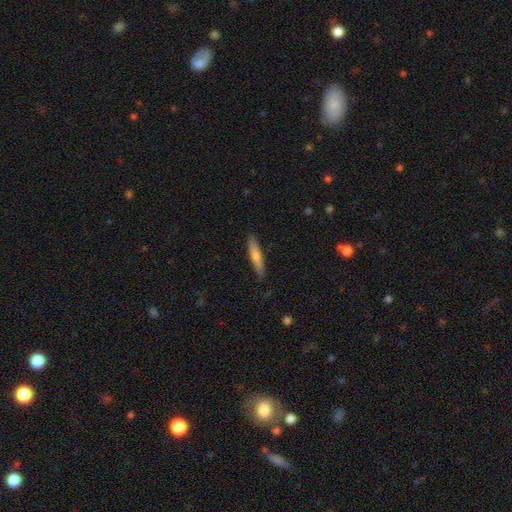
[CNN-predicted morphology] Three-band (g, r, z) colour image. It shows a smooth galaxy with no disk features (55%) that is cigar-shaped (92%). Merging: none (89%).